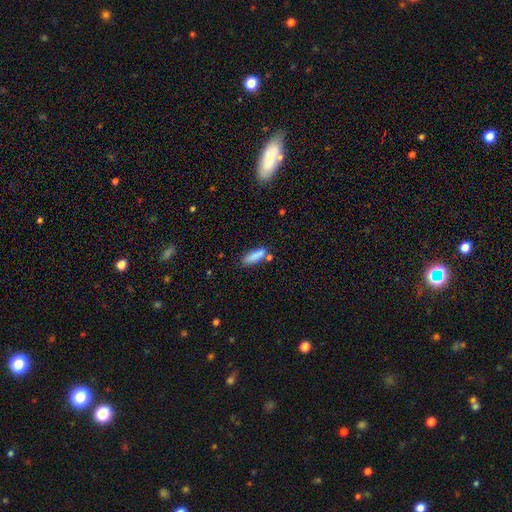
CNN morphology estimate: The model was most divided on "how rounded": cigar-shaped: 53%, in between: 44%, round: 2%. More confident: smooth or featured — smooth (85%); merging — none (68%).